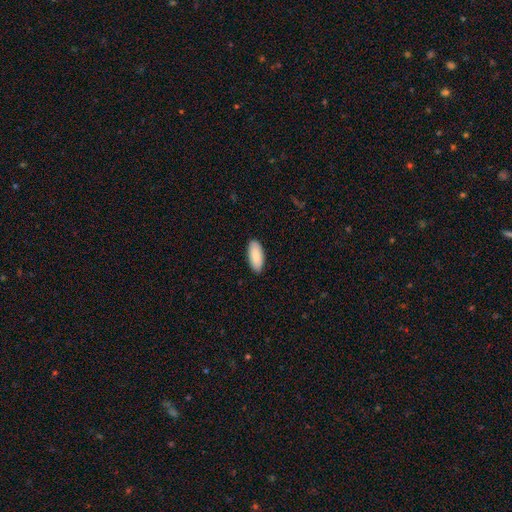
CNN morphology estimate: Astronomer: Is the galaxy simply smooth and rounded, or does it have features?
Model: smooth — 87%.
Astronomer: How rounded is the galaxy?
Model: in between — 88%.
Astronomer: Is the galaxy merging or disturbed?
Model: none — 89%.